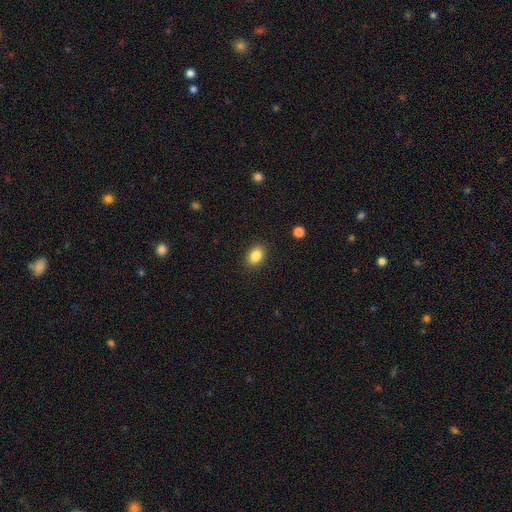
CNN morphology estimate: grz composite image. It shows a smooth galaxy with no disk features (86%) that is in between round and cigar-shaped (81%). Merging: none (88%).